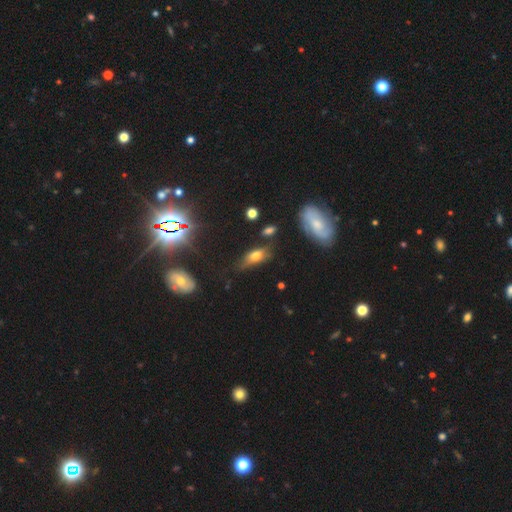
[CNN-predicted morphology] Overall: smooth (58%; featured or disk 28%). How rounded: in between (78%). Merging: none (48%; minor disturbance 31%).